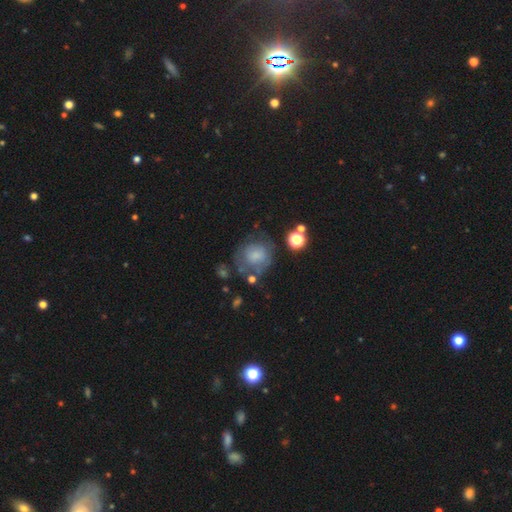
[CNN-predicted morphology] Smooth or featured? smooth (55%)
How rounded? round (78%)
Merging? none (50%)